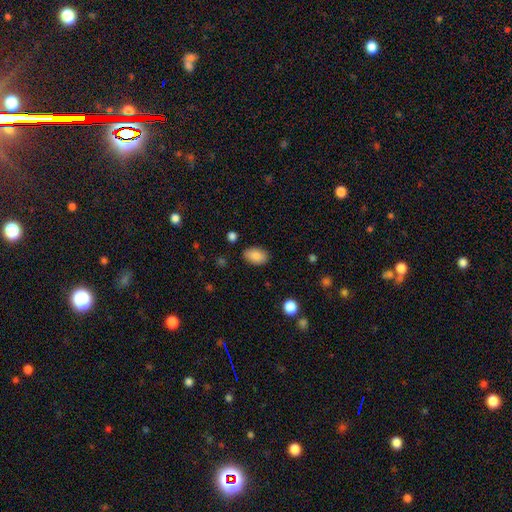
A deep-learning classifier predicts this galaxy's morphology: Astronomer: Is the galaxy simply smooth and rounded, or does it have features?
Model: smooth — 88%.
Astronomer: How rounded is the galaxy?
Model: in between — 90%.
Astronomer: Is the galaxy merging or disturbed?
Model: none — 84%.